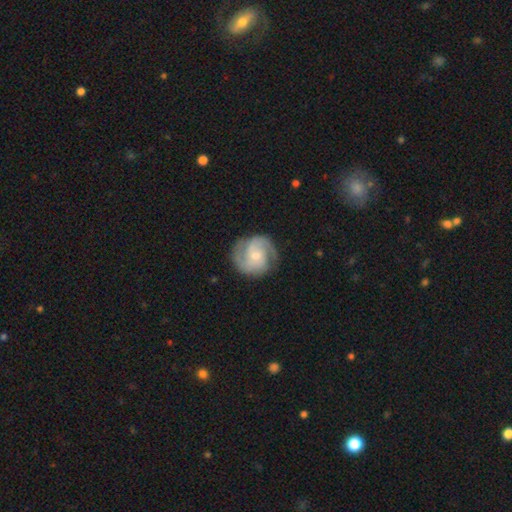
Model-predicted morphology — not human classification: A featured or disk galaxy (82%) with no bar (59%), 2 (72%) medium (47%) spiral arms (96%) and a small central bulge (53%).

Vote fractions:
- Smooth or featured? featured or disk: 82% / smooth: 13% / star or artifact: 5%
- Edge-on disk? no: 98% / yes: 2%
- Bar? no: 59% / weak: 34% / strong: 7%
- Spiral arms? yes: 96% / no: 4%
- Spiral winding? medium: 47% / tight: 40% / loose: 13%
- Spiral arm count? 2: 72% / 3: 12% / can't tell: 8% / 1: 3% / 4: 2% / more than 4: 2%
- Bulge size? small: 53% / moderate: 42% / large: 3% / none: 2% / dominant: 1%
- Merging? none: 79% / minor disturbance: 14% / major disturbance: 6% / merger: 1%